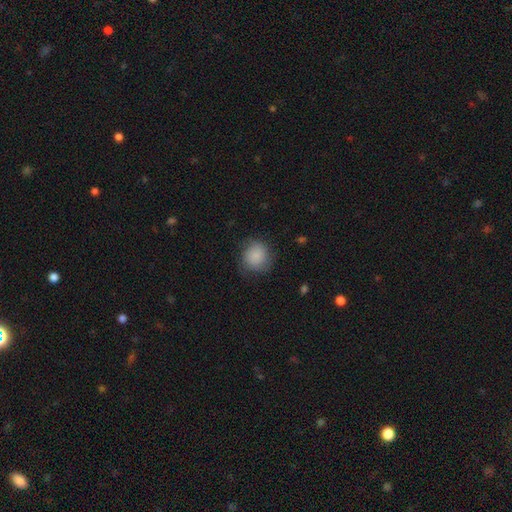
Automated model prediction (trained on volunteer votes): Q: Smooth or featured?
A: smooth (86%); runner-up: star or artifact (7%)
Q: How rounded?
A: round (86%); runner-up: in between (13%)
Q: Merging?
A: none (75%); runner-up: minor disturbance (18%)